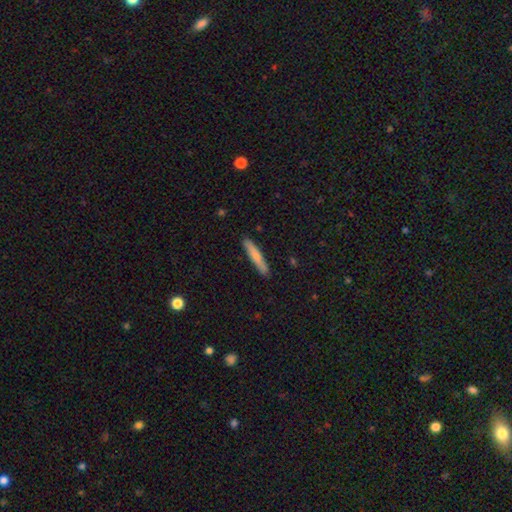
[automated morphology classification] This is likely a smooth galaxy (71%). How rounded: clearly cigar-shaped (93%). Merging: clearly none (89%).